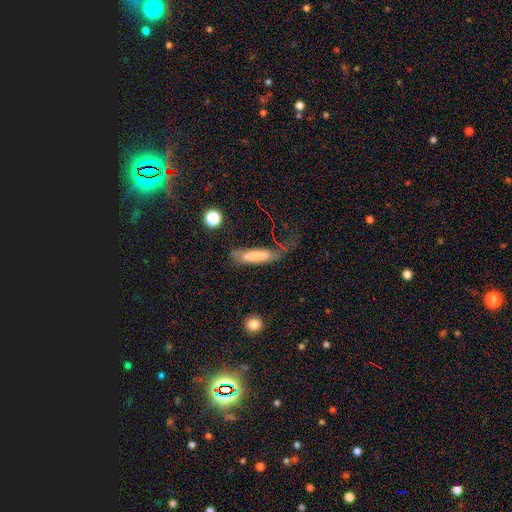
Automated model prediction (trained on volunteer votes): Smooth or featured: smooth — 69% (featured or disk — 24%)
How rounded: cigar-shaped — 69% (in between — 29%)
Merging: none — 36% (major disturbance — 32%)